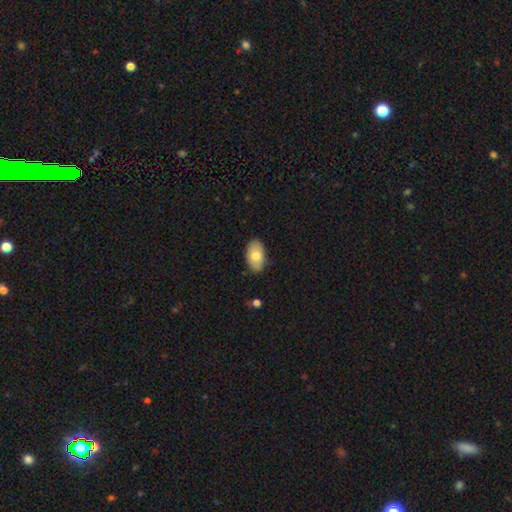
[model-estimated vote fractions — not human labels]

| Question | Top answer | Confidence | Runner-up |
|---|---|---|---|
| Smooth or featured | smooth | 76% | featured or disk (17%) |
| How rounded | in between | 94% | round (5%) |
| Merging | none | 84% | minor disturbance (13%) |